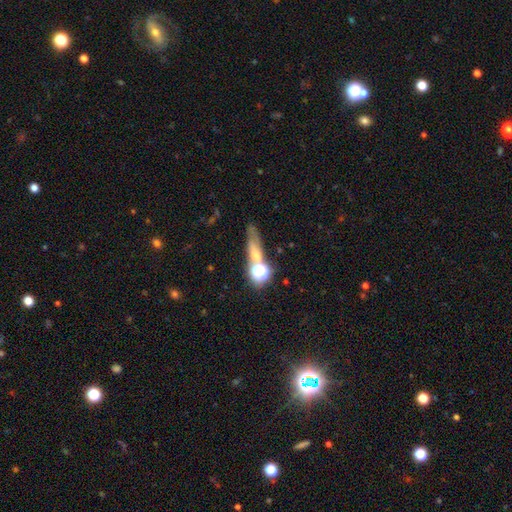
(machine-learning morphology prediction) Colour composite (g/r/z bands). It shows a smooth galaxy with no disk features (43%). Merging: none (58%).